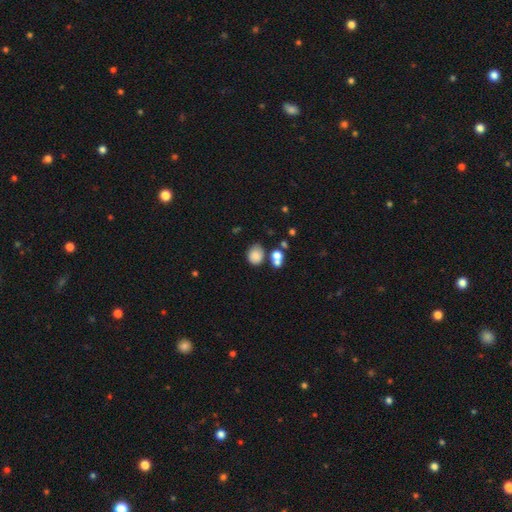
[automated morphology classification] Q: Smooth or featured?
A: smooth (82%); runner-up: star or artifact (10%)
Q: How rounded?
A: round (56%); runner-up: in between (43%)
Q: Merging?
A: none (58%); runner-up: merger (20%)